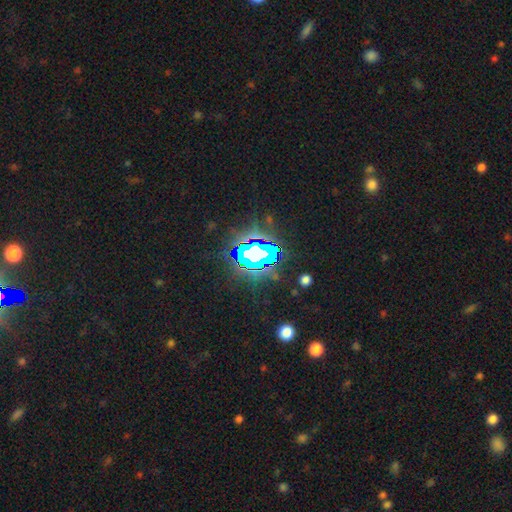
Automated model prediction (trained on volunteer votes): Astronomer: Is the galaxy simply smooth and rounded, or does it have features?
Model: star or artifact — 71%.